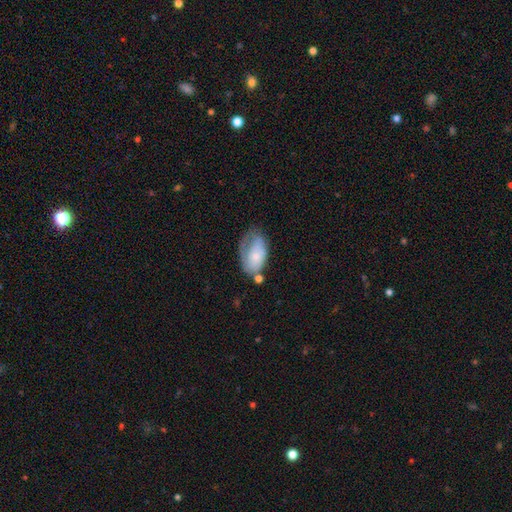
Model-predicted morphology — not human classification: Smooth or featured? Predicted: smooth (p=0.60). How rounded? Predicted: in between (p=0.92). Merging? Predicted: minor disturbance (p=0.32, tied with none).